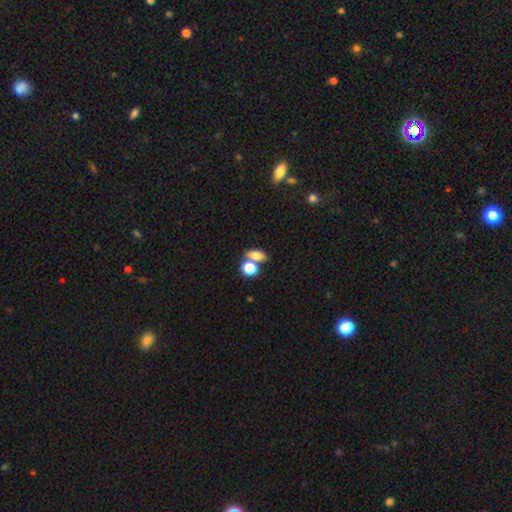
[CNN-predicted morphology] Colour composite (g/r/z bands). It shows a smooth galaxy with no disk features (75%) that is in between round and cigar-shaped (72%). Merging: none (49%).